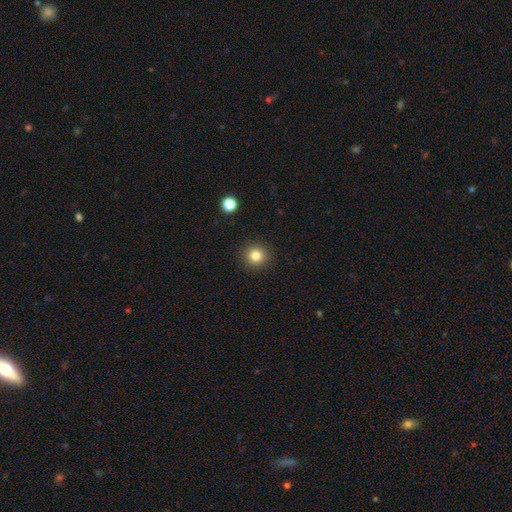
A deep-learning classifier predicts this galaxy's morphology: This is clearly a smooth galaxy (82%). How rounded: clearly round (93%). Merging: clearly none (92%).